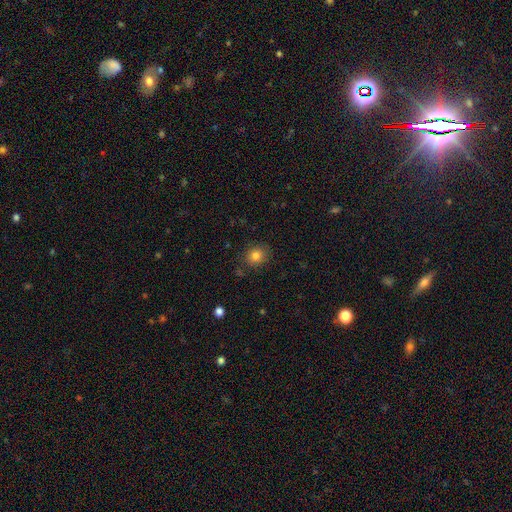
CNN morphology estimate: Smooth or featured?
  - smooth: 81% *
  - star or artifact: 12%
  - featured or disk: 7%
How rounded?
  - round: 74% *
  - in between: 25%
  - cigar-shaped: 1%
Merging?
  - none: 85% *
  - minor disturbance: 11%
  - major disturbance: 3%
  - merger: 2%